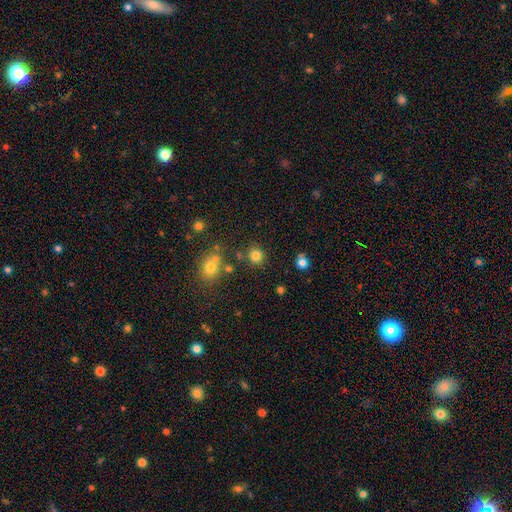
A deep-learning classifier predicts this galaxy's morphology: The model was most divided on "smooth or featured": smooth: 80%, star or artifact: 14%, featured or disk: 6%. More confident: how rounded — round (90%); merging — none (84%).